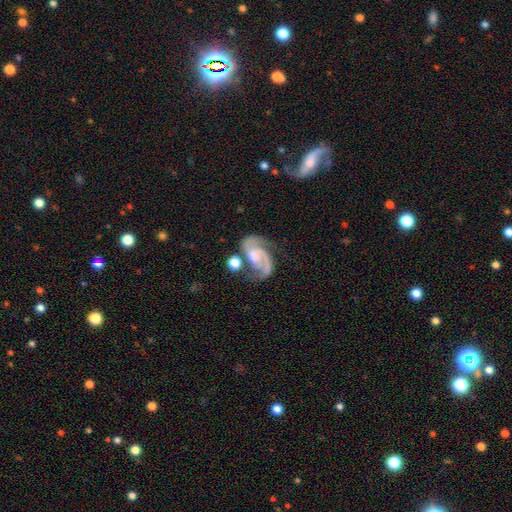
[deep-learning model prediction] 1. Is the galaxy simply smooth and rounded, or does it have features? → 86% featured or disk, 8% smooth, 6% star or artifact.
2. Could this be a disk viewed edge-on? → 98% no, 2% yes.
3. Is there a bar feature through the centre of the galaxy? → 56% no, 35% weak, 9% strong.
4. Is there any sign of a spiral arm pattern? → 97% yes, 3% no.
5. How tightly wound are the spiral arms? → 54% medium, 24% loose, 22% tight.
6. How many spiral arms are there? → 88% 2, 4% 1, 3% can't tell, 2% 3, 1% 4, 1% more than 4.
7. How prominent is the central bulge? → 38% small, 32% none, 23% moderate, 5% large, 2% dominant.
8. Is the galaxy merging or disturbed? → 52% none, 19% minor disturbance, 15% merger, 14% major disturbance.